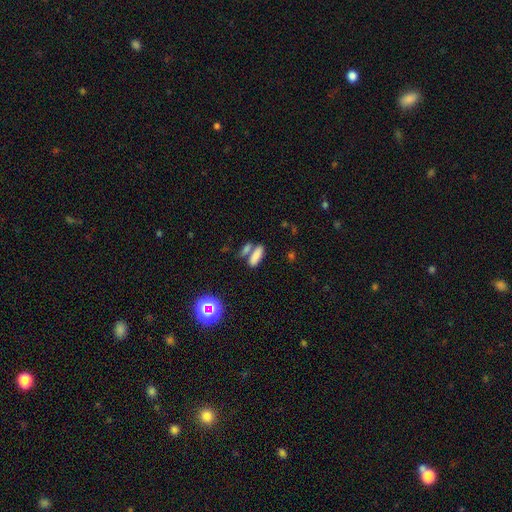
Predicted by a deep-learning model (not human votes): smooth_or_featured: smooth (p=0.80) [alt: star or artifact p=0.12]
how_rounded: in between (p=0.56) [alt: cigar-shaped p=0.40]
merging: none (p=0.50) [alt: merger p=0.35]